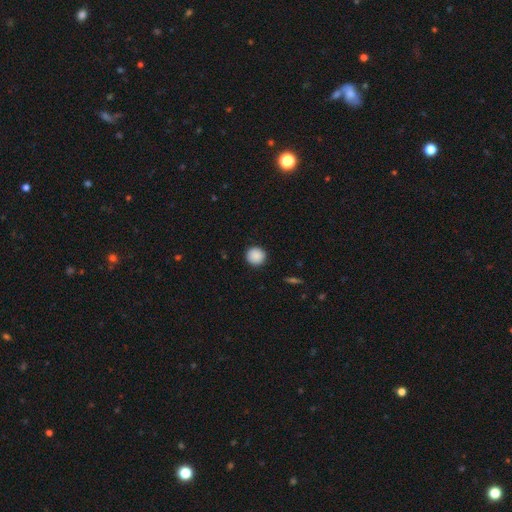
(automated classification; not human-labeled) A smooth galaxy with no disk features (89%) that is round (94%). Merging: none (91%).